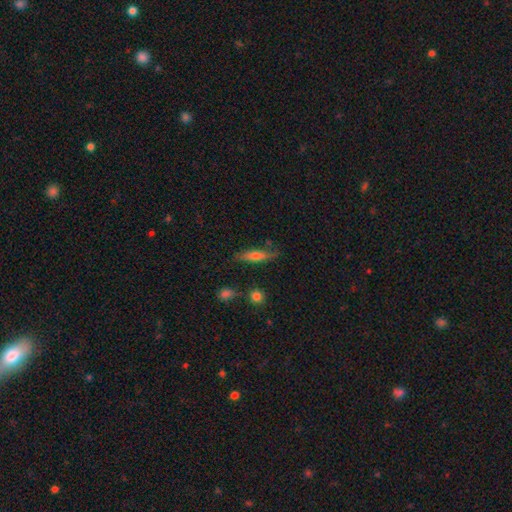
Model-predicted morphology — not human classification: This appears to be a smooth galaxy with no disk features (60%) that is cigar-shaped (71%). Merging: none (73%).